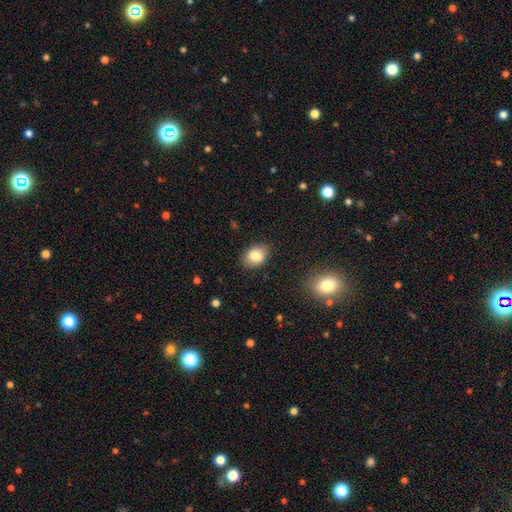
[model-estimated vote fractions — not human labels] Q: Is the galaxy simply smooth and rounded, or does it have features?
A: smooth — 82%.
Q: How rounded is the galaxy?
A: in between — 78%.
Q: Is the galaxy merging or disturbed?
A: none — 83%.